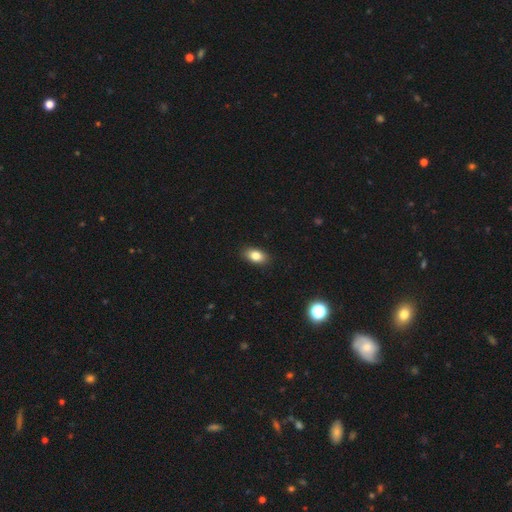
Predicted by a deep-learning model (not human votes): A smooth galaxy with no disk features (82%) that is in between round and cigar-shaped (88%).

Vote fractions:
- Smooth or featured? smooth: 82% / featured or disk: 9% / star or artifact: 9%
- How rounded? in between: 88% / round: 8% / cigar-shaped: 3%
- Merging? none: 89% / minor disturbance: 8% / major disturbance: 2% / merger: 1%